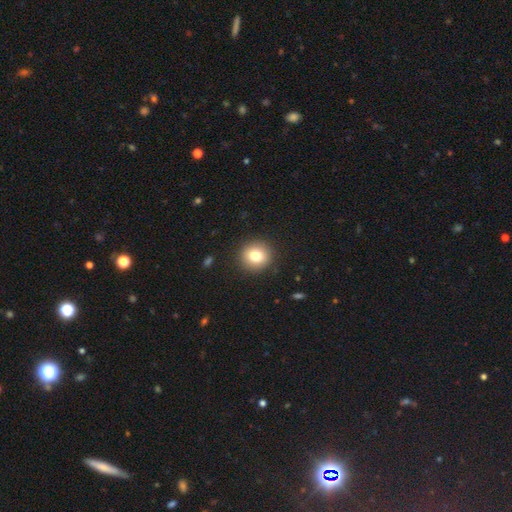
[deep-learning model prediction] This appears to be a smooth galaxy with no disk features (80%) that is round (90%). Merging: none (91%).